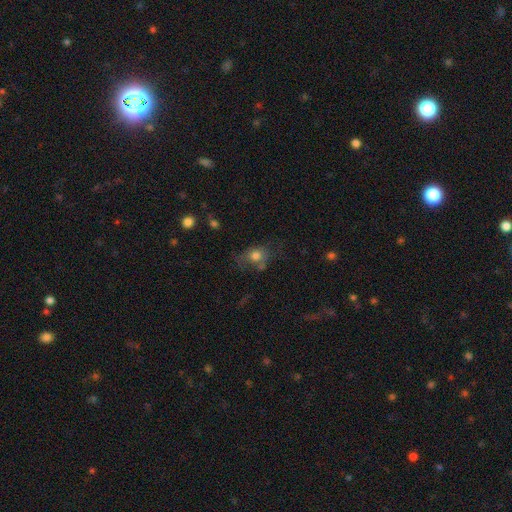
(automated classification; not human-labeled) Overall: smooth (70%). How rounded: in between (50%; round 49%). Merging: none (43%; minor disturbance 28%).